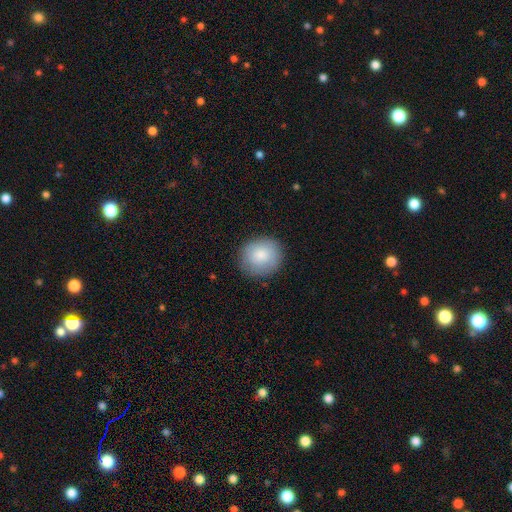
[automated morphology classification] A smooth galaxy with no disk features (84%) that is round (81%). Merging: none (86%).